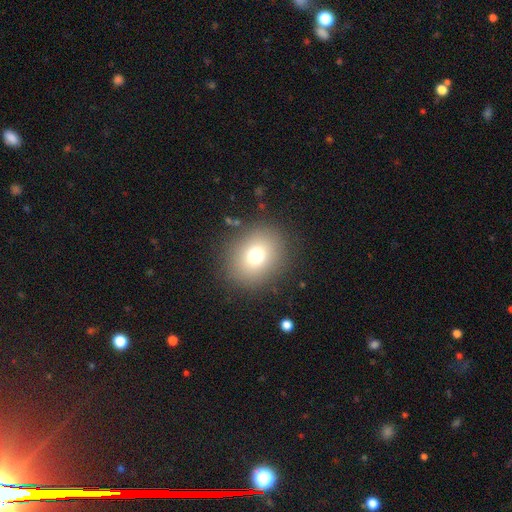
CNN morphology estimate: Smooth or featured? smooth (73%)
How rounded? round (63%)
Merging? none (86%)